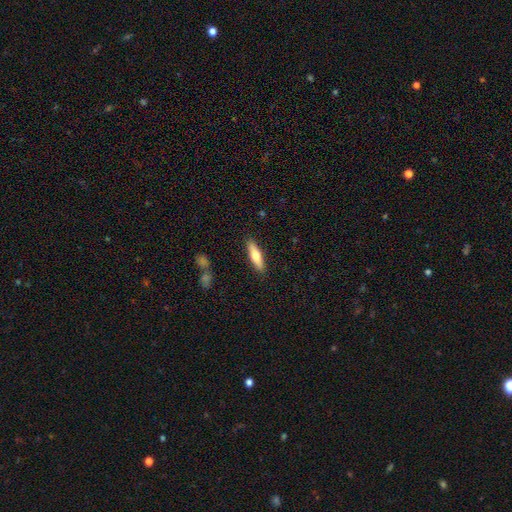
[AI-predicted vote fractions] This is likely a smooth galaxy (64%). How rounded: likely cigar-shaped (69%). Merging: clearly none (89%).